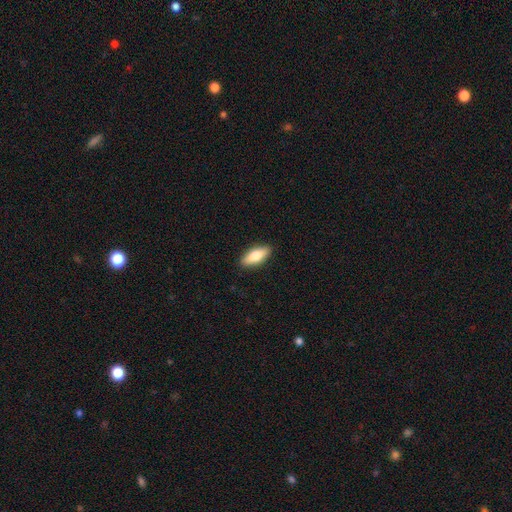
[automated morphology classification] Q: Smooth or featured?
A: smooth (73%); runner-up: featured or disk (21%)
Q: How rounded?
A: in between (72%); runner-up: cigar-shaped (26%)
Q: Merging?
A: none (89%); runner-up: minor disturbance (8%)